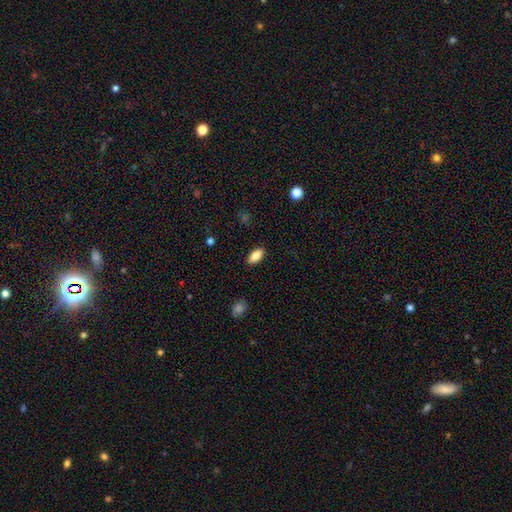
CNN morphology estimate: smooth_or_featured: smooth (p=0.87) [alt: star or artifact p=0.07]
how_rounded: in between (p=0.88) [alt: cigar-shaped p=0.09]
merging: none (p=0.88) [alt: minor disturbance p=0.08]